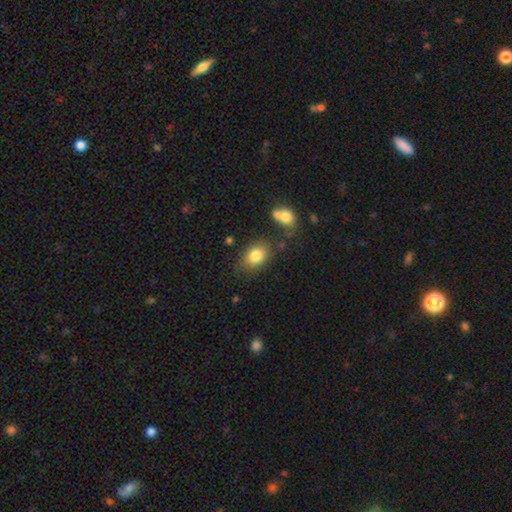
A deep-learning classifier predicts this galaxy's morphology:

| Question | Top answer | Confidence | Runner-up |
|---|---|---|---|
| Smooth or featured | smooth | 82% | featured or disk (10%) |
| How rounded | in between | 76% | round (23%) |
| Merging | none | 71% | minor disturbance (17%) |